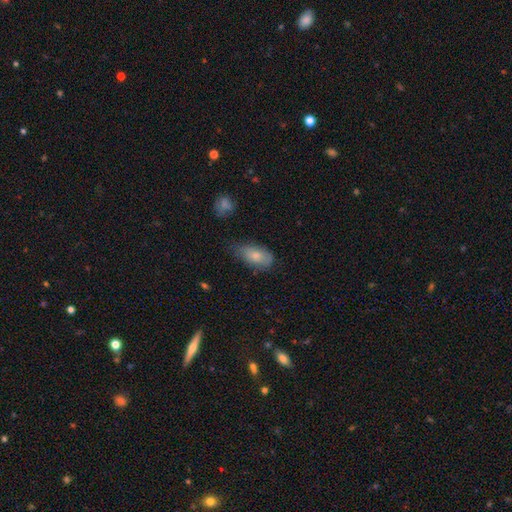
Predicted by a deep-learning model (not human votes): This appears to be a smooth galaxy with no disk features (76%) that is in between round and cigar-shaped (91%). Merging: none (48%).